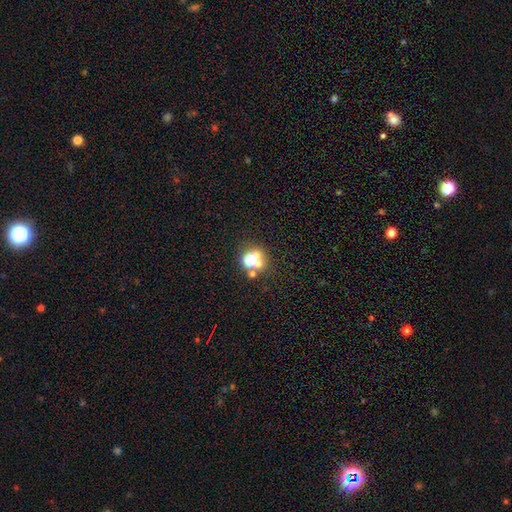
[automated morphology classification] Smooth or featured: smooth — 50% (star or artifact — 31%)
Merging: none — 51% (merger — 35%)